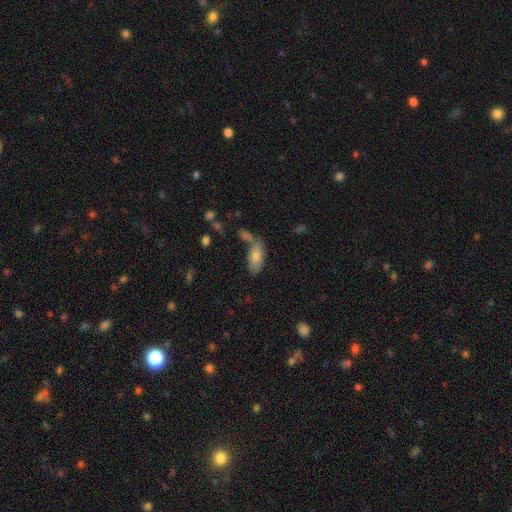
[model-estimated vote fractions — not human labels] The model was most divided on "merging": none: 48%, merger: 26%, minor disturbance: 19%, major disturbance: 7%. More confident: how rounded — in between (89%); smooth or featured — smooth (79%).